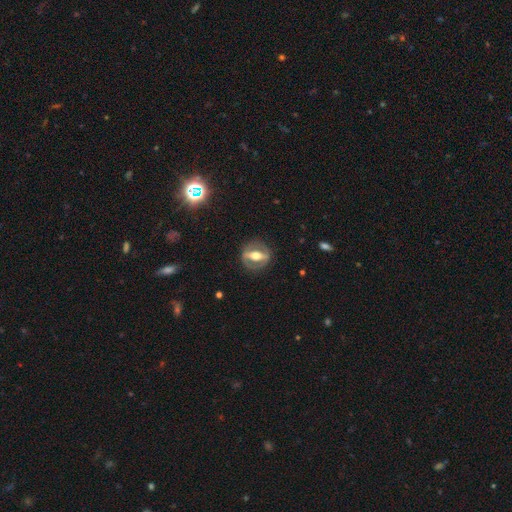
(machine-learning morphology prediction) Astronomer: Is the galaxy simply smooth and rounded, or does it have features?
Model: featured or disk — 74%.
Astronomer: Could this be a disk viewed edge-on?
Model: no — 65%.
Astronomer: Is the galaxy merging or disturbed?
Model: none — 82%.